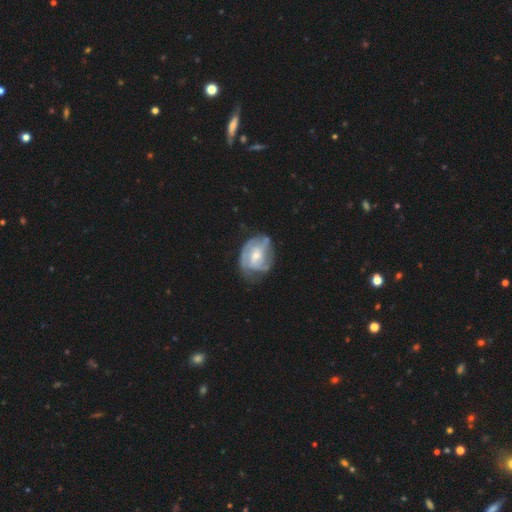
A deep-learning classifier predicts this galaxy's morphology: smooth-or-featured: featured or disk: 76% | smooth: 19% | star or artifact: 5%
  disk-edge-on: no: 97% | yes: 3%
    bar: no: 54% | weak: 38% | strong: 8%
    has-spiral-arms: yes: 87% | no: 13%
      spiral-winding: tight: 50% | medium: 37% | loose: 13%
      spiral-arm-count: can't tell: 34% | 2: 27% | 3: 24% | 4: 6% | 1: 6% | more than 4: 4%
    bulge-size: moderate: 50% | small: 43% | large: 4% | none: 3% | dominant: 1%
  merging: none: 53% | minor disturbance: 28% | major disturbance: 17% | merger: 3%